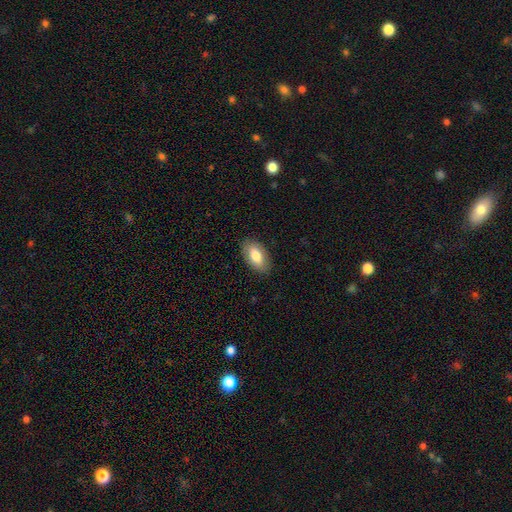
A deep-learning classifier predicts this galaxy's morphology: Smooth or featured?
  - smooth: 77% *
  - featured or disk: 17%
  - star or artifact: 6%
How rounded?
  - in between: 94% *
  - round: 3%
  - cigar-shaped: 3%
Merging?
  - none: 87% *
  - minor disturbance: 10%
  - major disturbance: 2%
  - merger: 1%